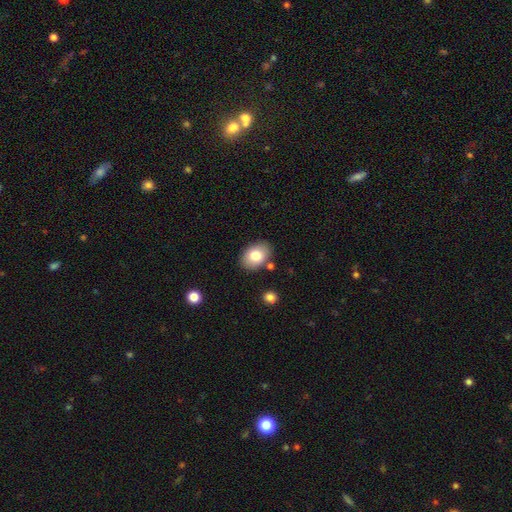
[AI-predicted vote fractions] This appears to be a smooth galaxy with no disk features (80%) that is in between round and cigar-shaped (78%). Merging: none (82%).